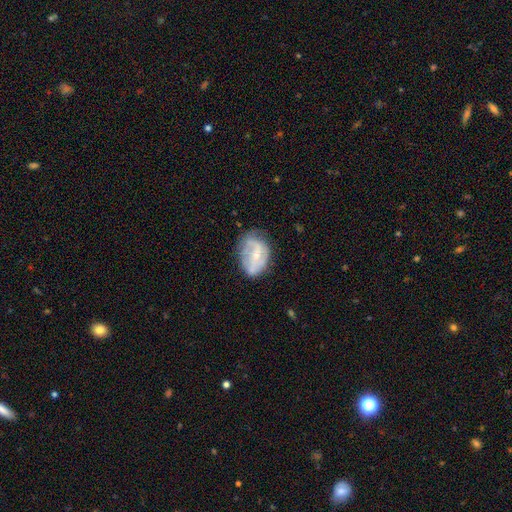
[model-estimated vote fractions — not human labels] Smooth or featured: featured or disk — 68% (smooth — 25%)
Edge-on disk: no — 97% (yes — 3%)
Bar: weak — 44% (no — 38%)
Spiral arms: yes — 74% (no — 26%)
Bulge size: small — 62% (moderate — 32%)
Merging: none — 53% (minor disturbance — 30%)